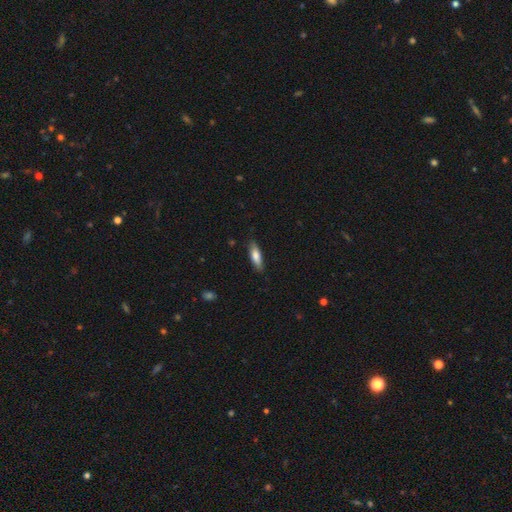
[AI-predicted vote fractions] This is likely a smooth galaxy (74%). How rounded: possibly cigar-shaped (54%). Merging: clearly none (83%).